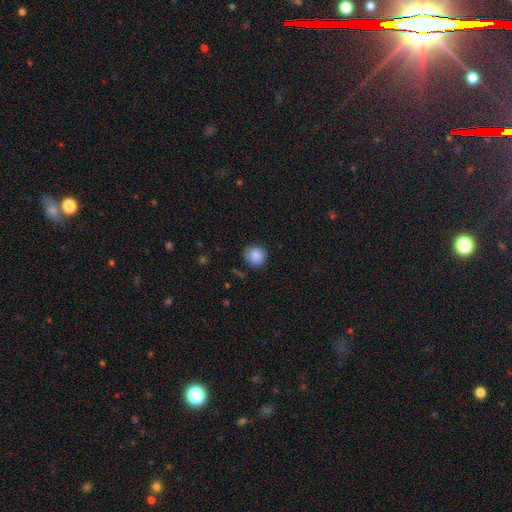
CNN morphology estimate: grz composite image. It shows a smooth galaxy with no disk features (87%) that is round (90%). Merging: none (78%).